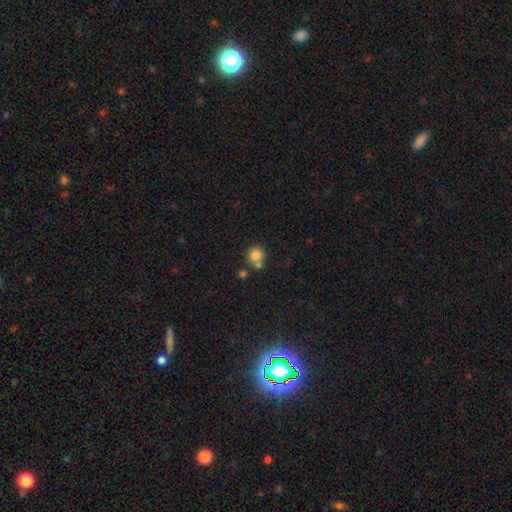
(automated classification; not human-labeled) smooth_or_featured: smooth (p=0.81) [alt: star or artifact p=0.11]
how_rounded: round (p=0.91) [alt: in between p=0.08]
merging: none (p=0.59) [alt: merger p=0.28]